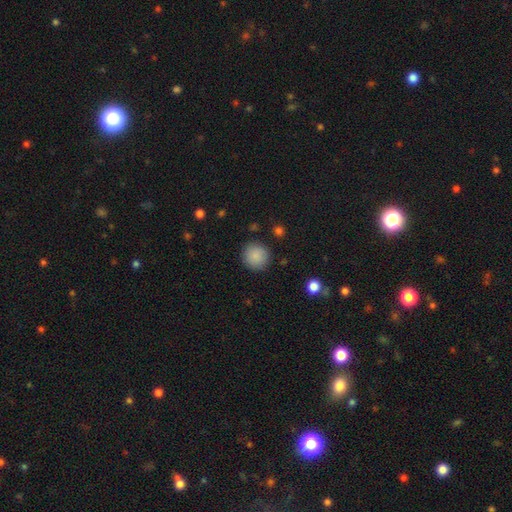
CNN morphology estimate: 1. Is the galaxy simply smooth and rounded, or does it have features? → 88% smooth, 8% star or artifact, 4% featured or disk.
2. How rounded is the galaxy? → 94% round, 5% in between, 1% cigar-shaped.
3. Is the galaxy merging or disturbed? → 89% none, 8% minor disturbance, 3% major disturbance, 1% merger.